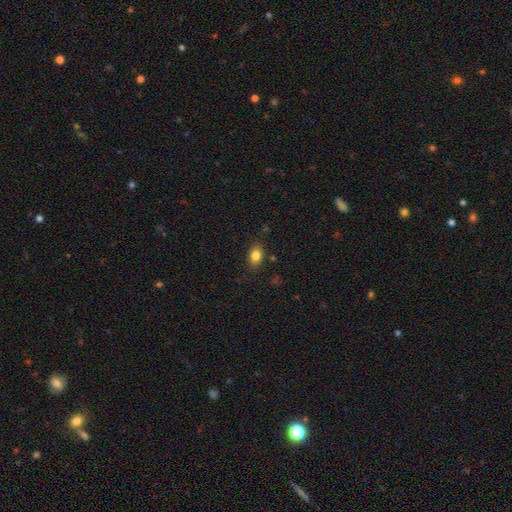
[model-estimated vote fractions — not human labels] Overall: smooth (83%). How rounded: in between (76%). Merging: none (84%).